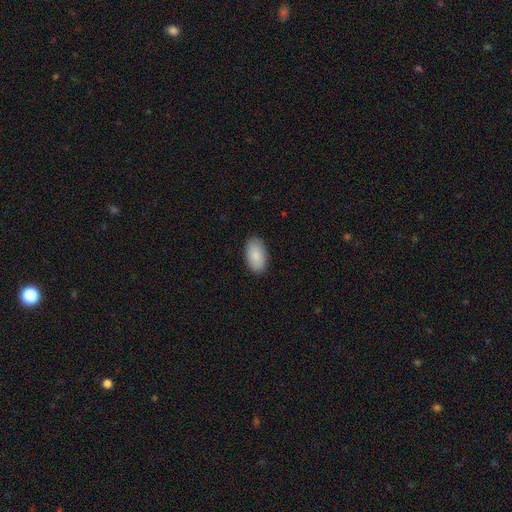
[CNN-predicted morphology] smooth-or-featured: smooth: 88% | featured or disk: 6% | star or artifact: 6%
  how-rounded: in between: 95% | round: 3% | cigar-shaped: 2%
  merging: none: 88% | minor disturbance: 9% | major disturbance: 2% | merger: 1%